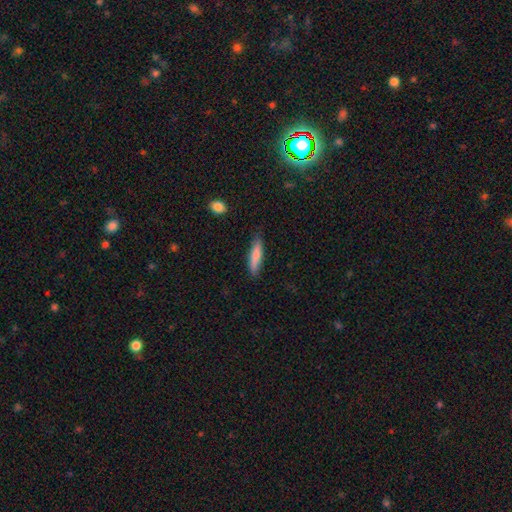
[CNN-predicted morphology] Smooth or featured? smooth (80%)
How rounded? cigar-shaped (80%)
Merging? none (82%)